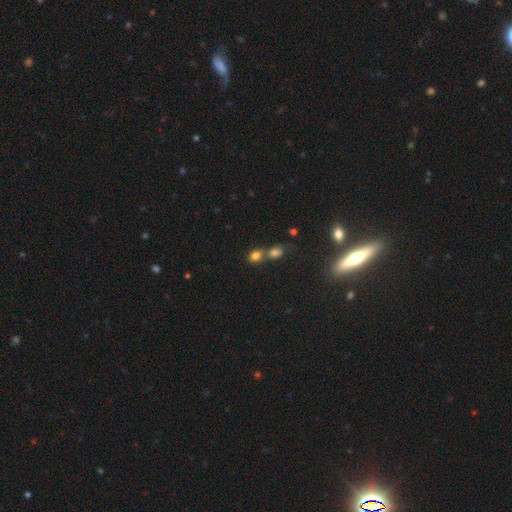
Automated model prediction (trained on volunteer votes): The model was most divided on "how rounded": in between: 55%, round: 42%, cigar-shaped: 2%. More confident: smooth or featured — smooth (76%); merging — merger (61%).